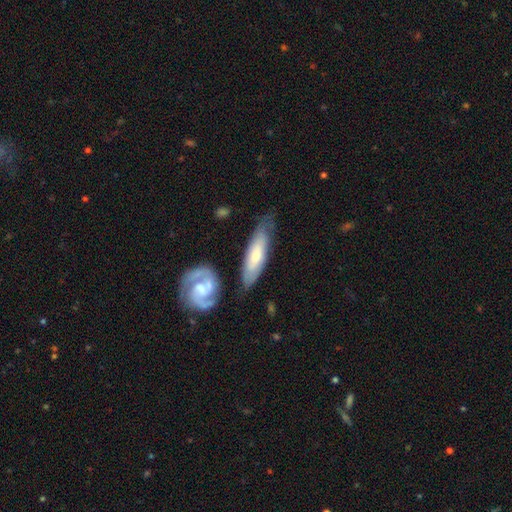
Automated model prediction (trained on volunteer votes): Overall: featured or disk (50%; smooth 45%). Merging: none (66%).